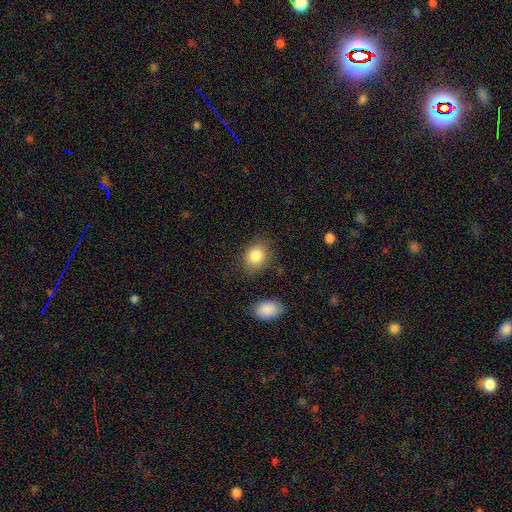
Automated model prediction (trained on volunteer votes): Overall: smooth (85%). How rounded: round (50%; in between 49%). Merging: none (77%).